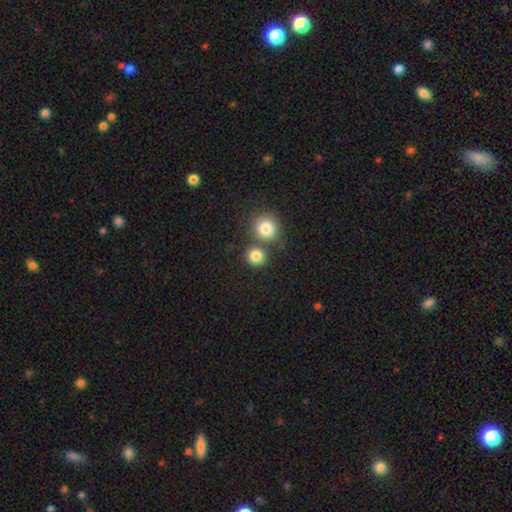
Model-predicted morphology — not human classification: Smooth or featured? Predicted: smooth (p=0.83). How rounded? Predicted: round (p=0.90). Merging? Predicted: none (p=0.67).